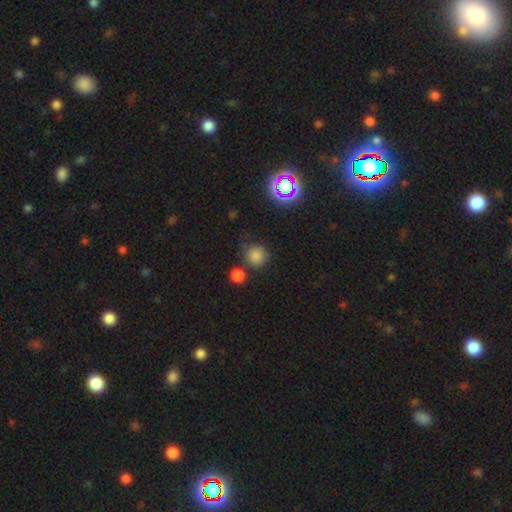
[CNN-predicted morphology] A smooth galaxy with no disk features (78%) that is round (90%).

Vote fractions:
- Smooth or featured? smooth: 78% / star or artifact: 15% / featured or disk: 7%
- How rounded? round: 90% / in between: 9% / cigar-shaped: 1%
- Merging? none: 70% / minor disturbance: 15% / merger: 10% / major disturbance: 5%